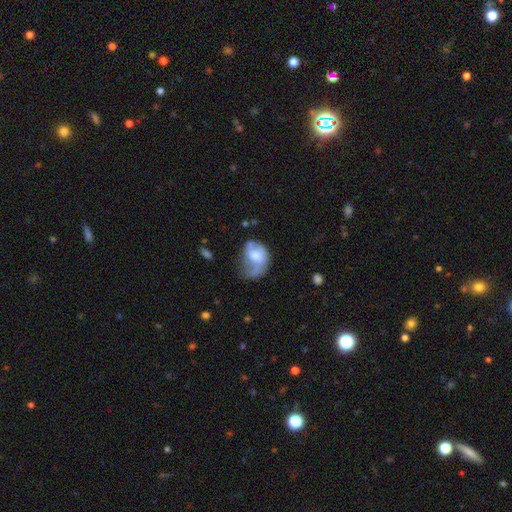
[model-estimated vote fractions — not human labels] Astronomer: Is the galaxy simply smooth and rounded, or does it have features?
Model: smooth — 46%, tied with featured or disk at 46%.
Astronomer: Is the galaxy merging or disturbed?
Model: major disturbance — 35% (runner-up: minor disturbance, 31%).